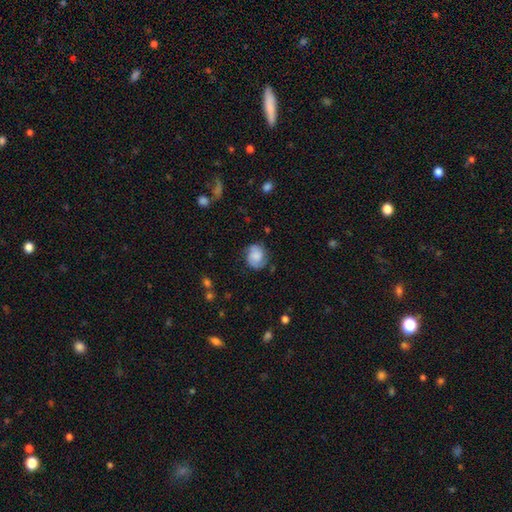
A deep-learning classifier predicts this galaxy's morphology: type=smooth (48%); merging=none (70%).